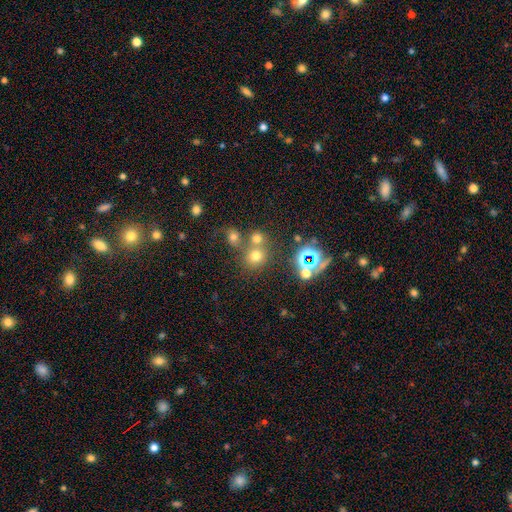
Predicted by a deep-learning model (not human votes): Q: Smooth or featured?
A: smooth (64%); runner-up: star or artifact (26%)
Q: How rounded?
A: round (84%); runner-up: in between (15%)
Q: Merging?
A: none (59%); runner-up: merger (26%)